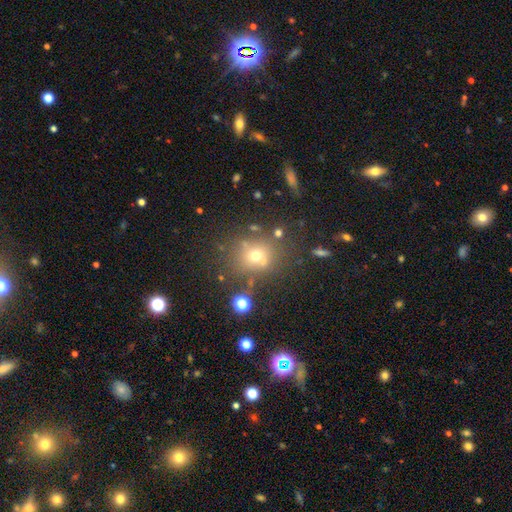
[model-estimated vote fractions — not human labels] Overall: smooth (63%). How rounded: round (76%). Merging: none (70%).